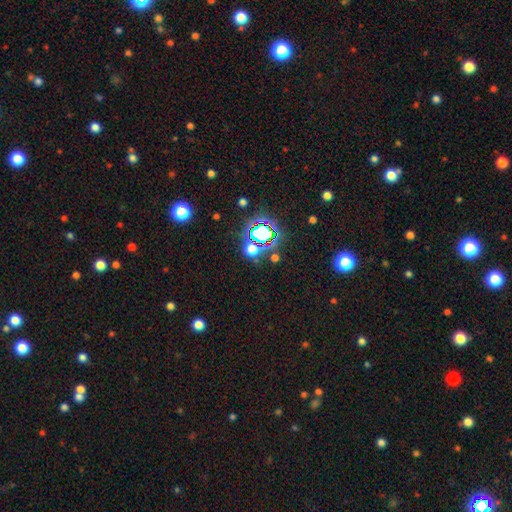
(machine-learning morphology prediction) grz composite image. It shows a star or artifact, not a galaxy (79%).